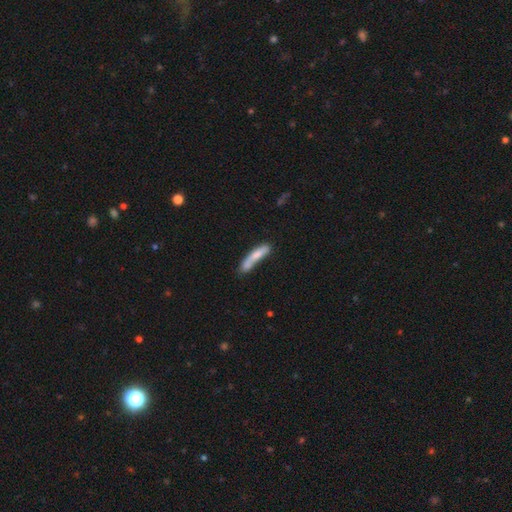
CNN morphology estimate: Overall: smooth (70%). How rounded: cigar-shaped (86%). Merging: none (49%; minor disturbance 23%).